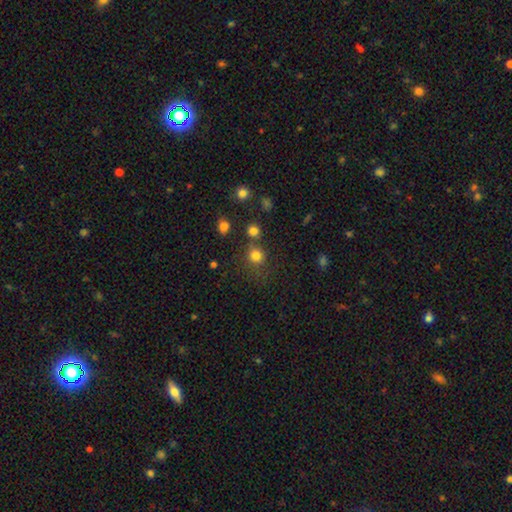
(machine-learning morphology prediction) A smooth galaxy with no disk features (79%) that is round (88%).

Vote fractions:
- Smooth or featured? smooth: 79% / star or artifact: 15% / featured or disk: 6%
- How rounded? round: 88% / in between: 11% / cigar-shaped: 1%
- Merging? none: 69% / merger: 15% / minor disturbance: 11% / major disturbance: 5%